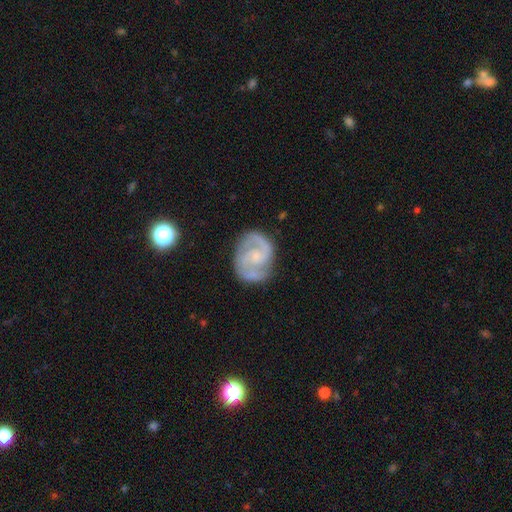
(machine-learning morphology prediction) This appears to be a featured or disk galaxy (87%) with no bar (52%), 2 (89%) medium (53%) spiral arms (97%) and a small central bulge (58%). Merging: none (76%).